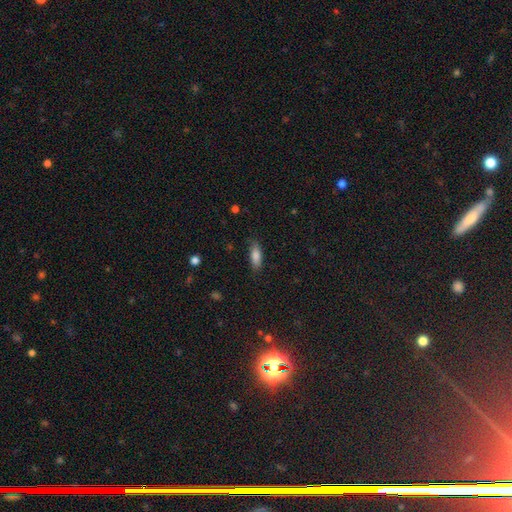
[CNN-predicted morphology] smooth-or-featured: smooth: 82% | featured or disk: 10% | star or artifact: 7%
  how-rounded: in between: 67% | cigar-shaped: 31% | round: 2%
  merging: none: 83% | minor disturbance: 13% | major disturbance: 3% | merger: 1%